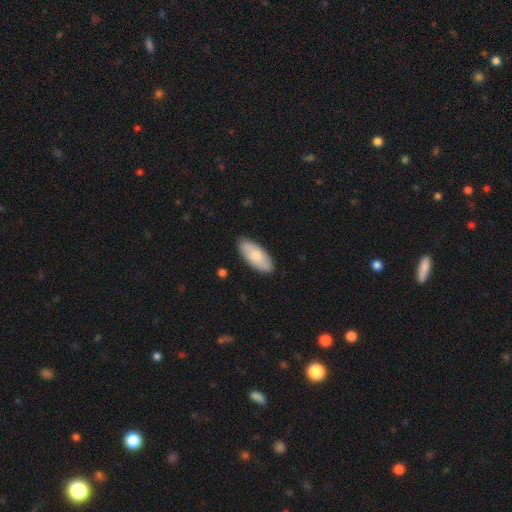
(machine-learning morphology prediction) type=smooth (75%); roundness=in between (86%); merging=none (88%).